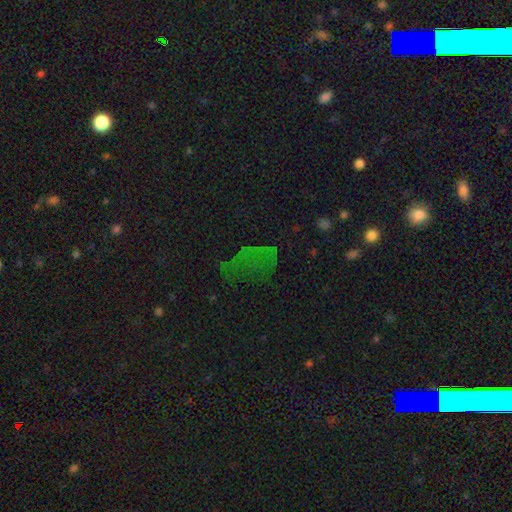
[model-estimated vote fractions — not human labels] The model was most divided on "smooth or featured": star or artifact: 60%, smooth: 26%, featured or disk: 15%.